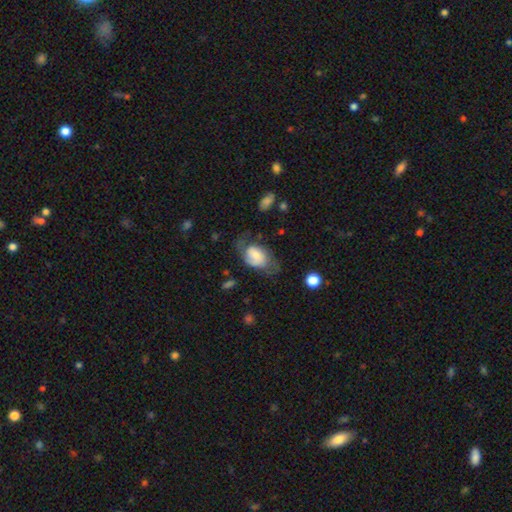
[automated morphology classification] Smooth or featured? smooth (52%)
How rounded? in between (80%)
Merging? none (38%)